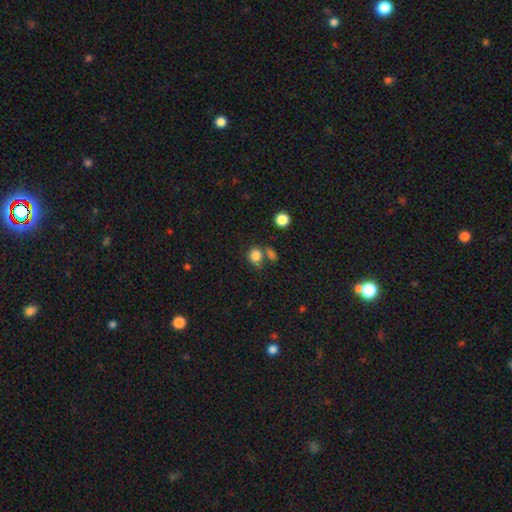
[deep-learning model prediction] A smooth galaxy with no disk features (82%) that is round (66%).

Vote fractions:
- Smooth or featured? smooth: 82% / star or artifact: 12% / featured or disk: 6%
- How rounded? round: 66% / in between: 33% / cigar-shaped: 1%
- Merging? none: 54% / merger: 23% / minor disturbance: 16% / major disturbance: 7%